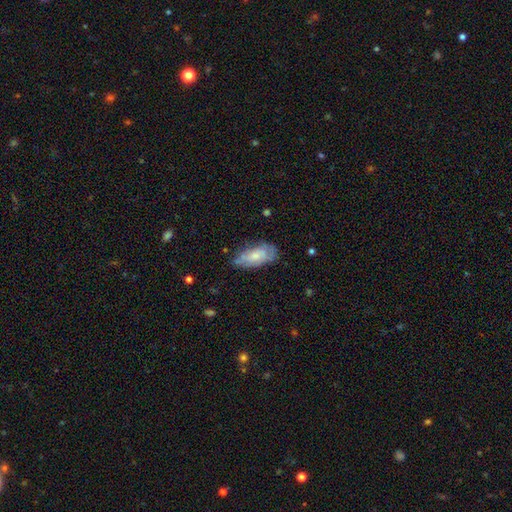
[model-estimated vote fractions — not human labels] Overall: smooth (53%; featured or disk 40%). How rounded: in between (87%). Merging: none (64%; minor disturbance 26%).